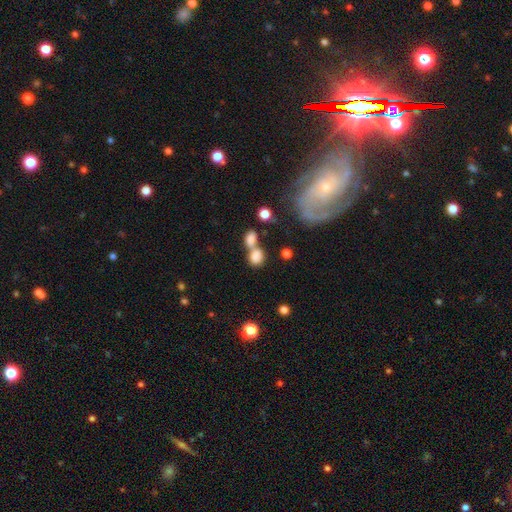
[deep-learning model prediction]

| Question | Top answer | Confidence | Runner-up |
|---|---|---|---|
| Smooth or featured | smooth | 78% | featured or disk (11%) |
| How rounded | in between | 52% | round (45%) |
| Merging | merger | 63% | none (24%) |